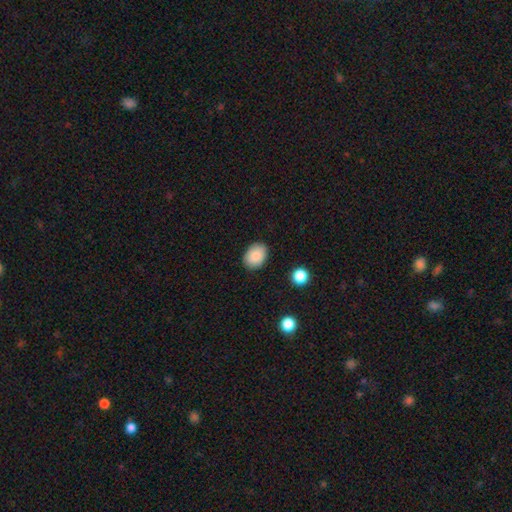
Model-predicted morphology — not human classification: smooth 87%, star or artifact 7%, featured or disk 5%. Down the decision tree: how rounded — in between (74%); merging — none (87%).